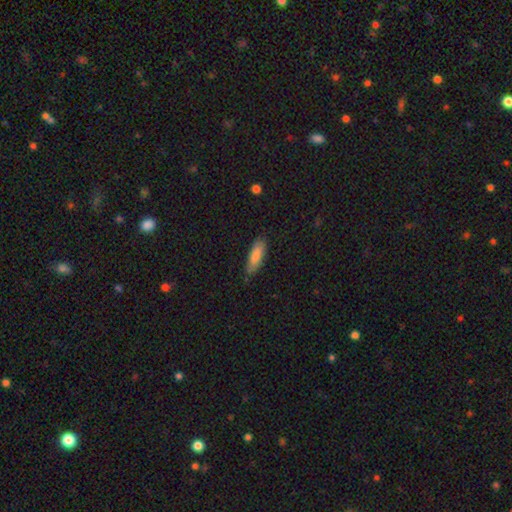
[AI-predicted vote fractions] This is clearly a smooth galaxy (83%). How rounded: possibly in between (59%). Merging: likely none (79%).